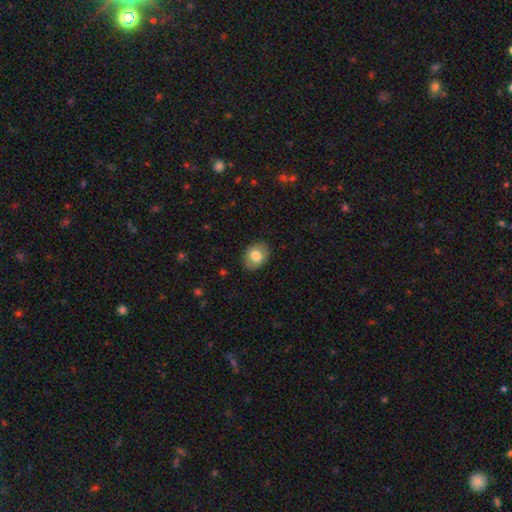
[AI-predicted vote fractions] Overall: smooth (78%). How rounded: in between (69%; round 30%). Merging: none (86%).